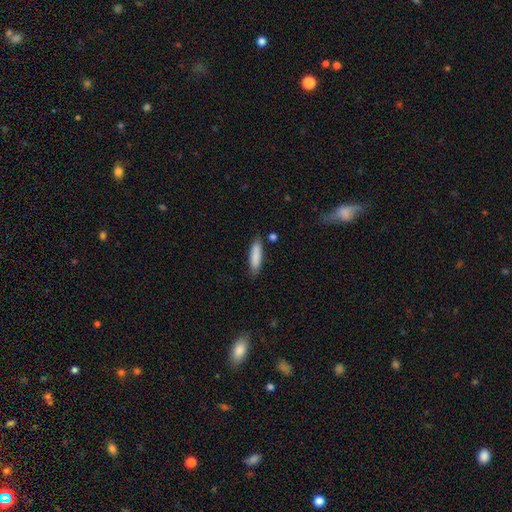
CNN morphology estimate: Smooth or featured: smooth — 86% (featured or disk — 8%)
How rounded: cigar-shaped — 69% (in between — 29%)
Merging: none — 81% (minor disturbance — 13%)